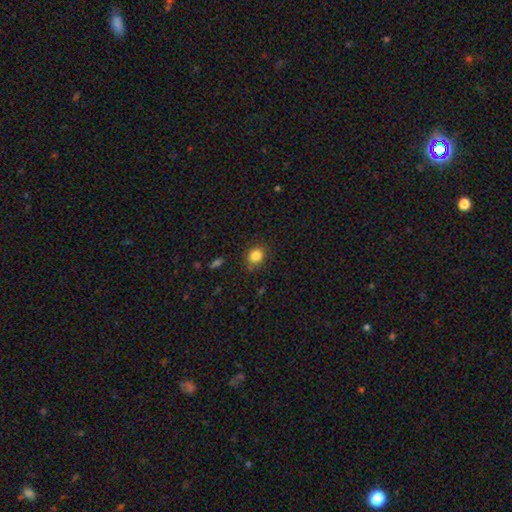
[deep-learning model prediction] smooth-or-featured: smooth: 84% | star or artifact: 11% | featured or disk: 5%
  how-rounded: round: 69% | in between: 30% | cigar-shaped: 1%
  merging: none: 82% | minor disturbance: 13% | major disturbance: 3% | merger: 2%